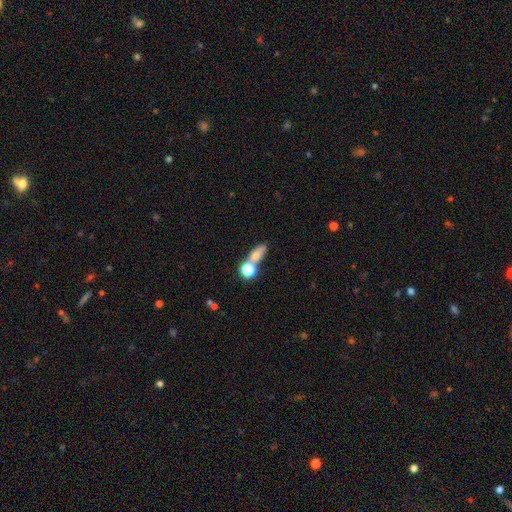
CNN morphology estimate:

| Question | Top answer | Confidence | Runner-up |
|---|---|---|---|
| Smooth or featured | smooth | 69% | featured or disk (17%) |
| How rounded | in between | 50% | round (29%) |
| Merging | none | 44% | merger (38%) |